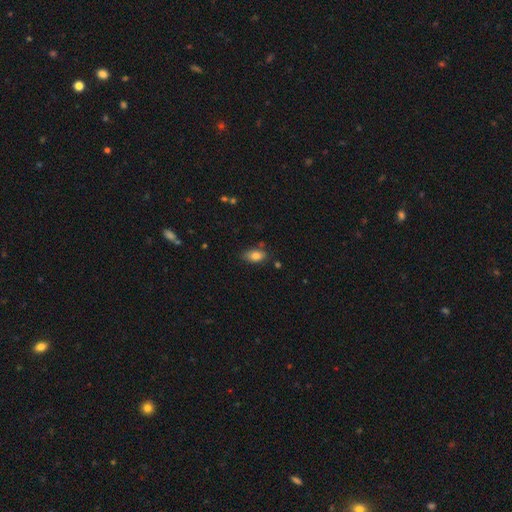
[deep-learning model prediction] Smooth or featured? smooth (83%)
How rounded? in between (90%)
Merging? none (73%)